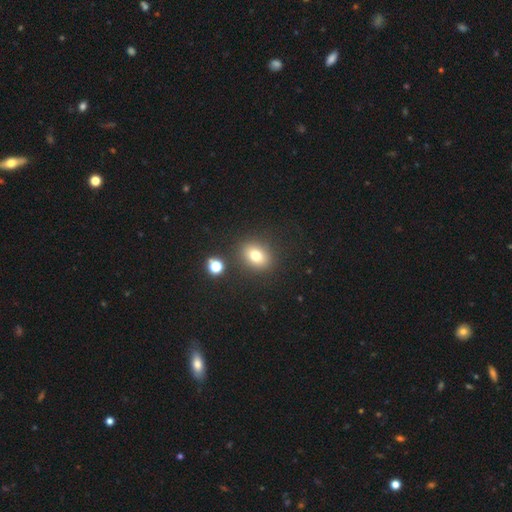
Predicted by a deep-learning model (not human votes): Smooth or featured? smooth (75%)
How rounded? round (50%)
Merging? none (84%)